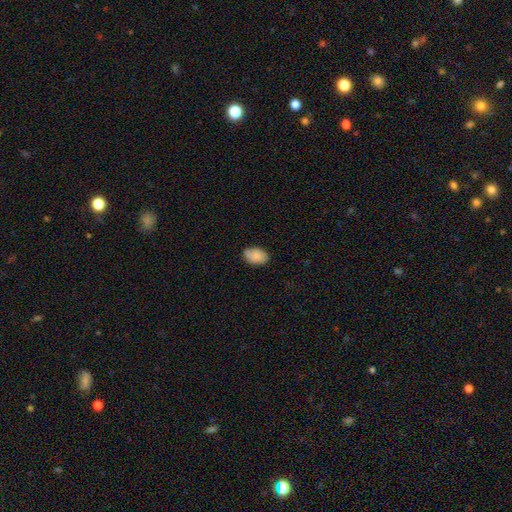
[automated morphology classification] Q: Smooth or featured?
A: smooth (84%); runner-up: featured or disk (9%)
Q: How rounded?
A: in between (90%); runner-up: round (9%)
Q: Merging?
A: none (78%); runner-up: minor disturbance (18%)